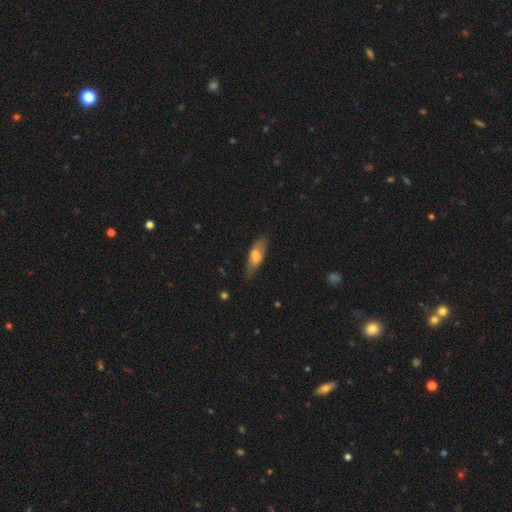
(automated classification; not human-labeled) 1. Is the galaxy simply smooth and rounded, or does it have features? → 62% smooth, 32% featured or disk, 6% star or artifact.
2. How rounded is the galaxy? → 64% in between, 33% cigar-shaped, 2% round.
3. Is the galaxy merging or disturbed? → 71% none, 21% minor disturbance, 7% major disturbance, 1% merger.